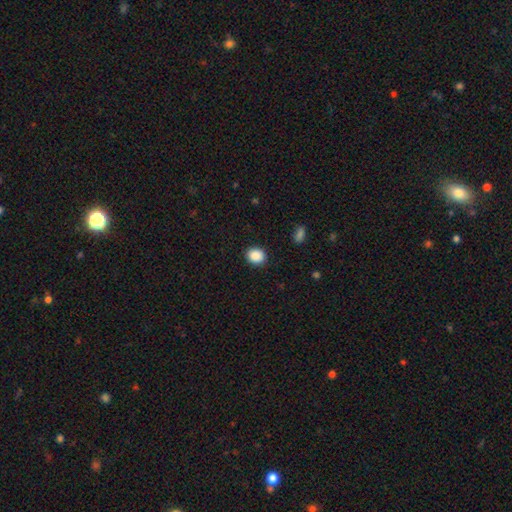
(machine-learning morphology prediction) A smooth galaxy with no disk features (89%) that is round (61%).

Vote fractions:
- Smooth or featured? smooth: 89% / star or artifact: 8% / featured or disk: 3%
- How rounded? round: 61% / in between: 38% / cigar-shaped: 1%
- Merging? none: 90% / minor disturbance: 7% / major disturbance: 2% / merger: 1%